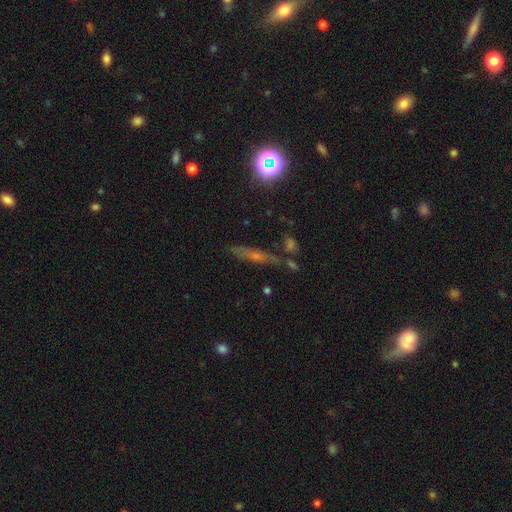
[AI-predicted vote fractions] Q: Smooth or featured?
A: featured or disk (42%); runner-up: smooth (32%)
Q: Merging?
A: none (74%); runner-up: minor disturbance (13%)